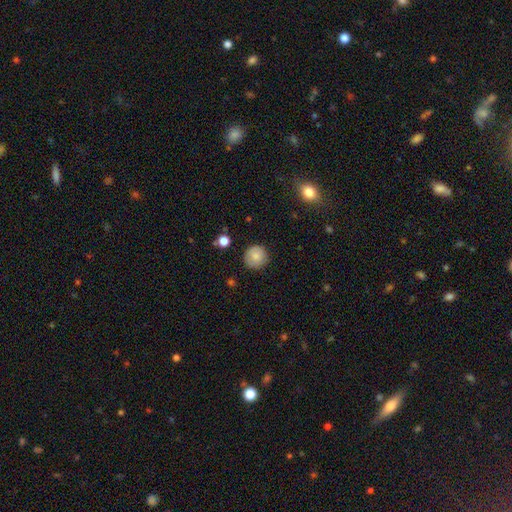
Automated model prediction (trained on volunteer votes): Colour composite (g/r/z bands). It shows a smooth galaxy with no disk features (83%) that is round (94%). Merging: none (87%).